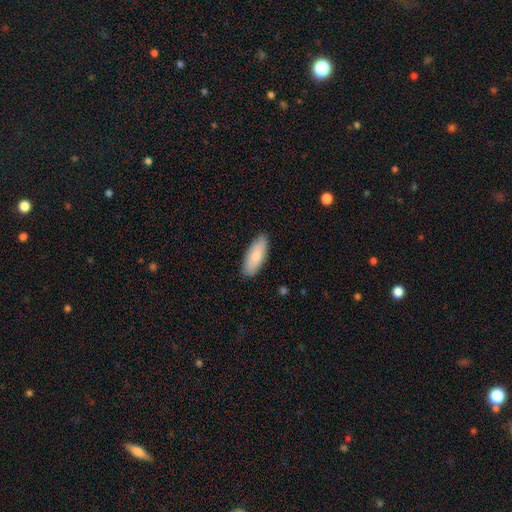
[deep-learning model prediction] Smooth or featured? Predicted: smooth (p=0.80). How rounded? Predicted: in between (p=0.76). Merging? Predicted: none (p=0.87).